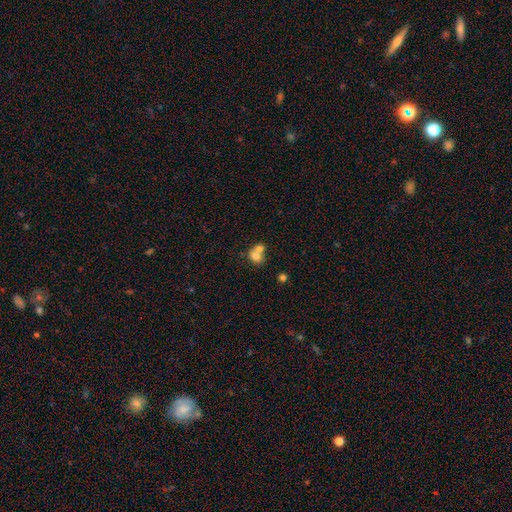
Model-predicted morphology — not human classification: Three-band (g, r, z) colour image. It shows a smooth galaxy with no disk features (74%) that is round (51%). Merging: merger (63%).